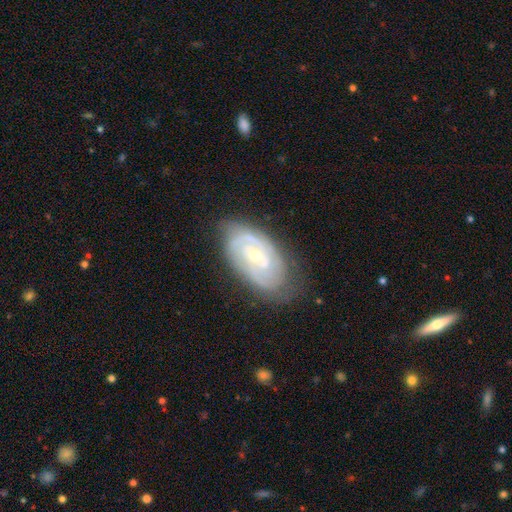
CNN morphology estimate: Q: Smooth or featured?
A: featured or disk (85%); runner-up: smooth (10%)
Q: Edge-on disk?
A: no (96%); runner-up: yes (4%)
Q: Bar?
A: no (50%); runner-up: weak (39%)
Q: Spiral arms?
A: yes (94%); runner-up: no (6%)
Q: Spiral winding?
A: tight (69%); runner-up: medium (25%)
Q: Spiral arm count?
A: 2 (43%); runner-up: can't tell (26%)
Q: Bulge size?
A: small (57%); runner-up: moderate (40%)
Q: Merging?
A: none (73%); runner-up: minor disturbance (19%)